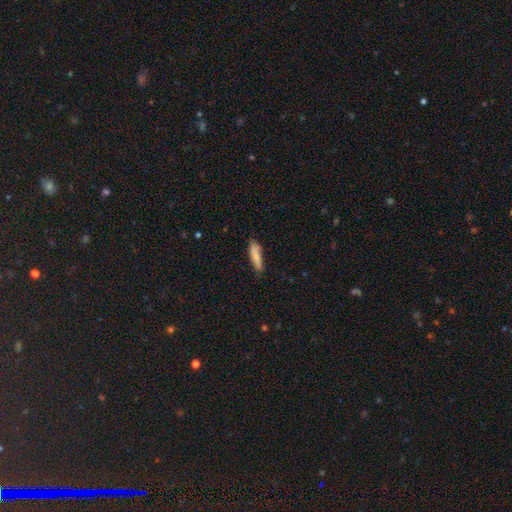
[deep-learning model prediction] This appears to be a smooth galaxy with no disk features (83%) that is cigar-shaped (73%). Merging: none (76%).